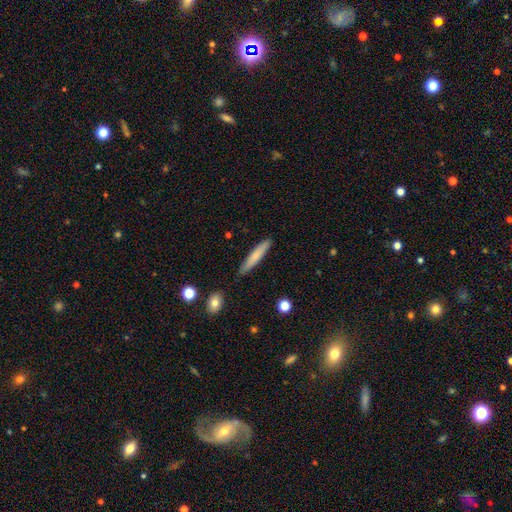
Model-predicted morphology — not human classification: Smooth or featured?
  - smooth: 69% *
  - featured or disk: 25%
  - star or artifact: 6%
How rounded?
  - cigar-shaped: 92% *
  - in between: 6%
  - round: 1%
Merging?
  - none: 87% *
  - minor disturbance: 10%
  - major disturbance: 2%
  - merger: 2%